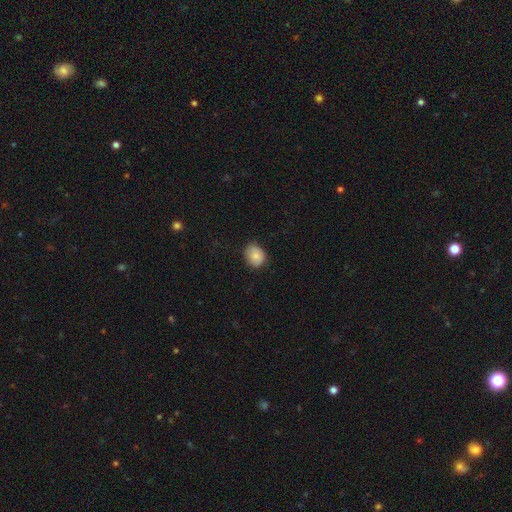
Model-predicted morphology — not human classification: A smooth galaxy with no disk features (82%) that is round (58%).

Vote fractions:
- Smooth or featured? smooth: 82% / featured or disk: 10% / star or artifact: 8%
- How rounded? round: 58% / in between: 41% / cigar-shaped: 1%
- Merging? none: 78% / minor disturbance: 18% / major disturbance: 3% / merger: 1%